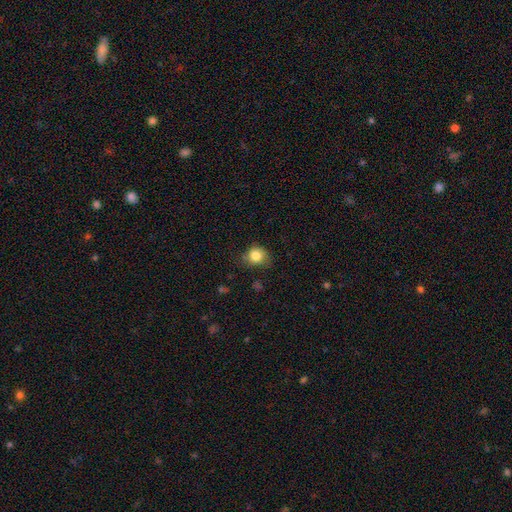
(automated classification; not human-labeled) Smooth or featured? Predicted: smooth (p=0.84). How rounded? Predicted: round (p=0.77). Merging? Predicted: none (p=0.67).